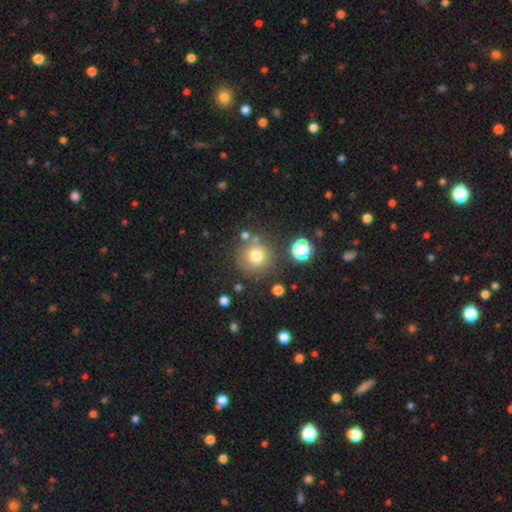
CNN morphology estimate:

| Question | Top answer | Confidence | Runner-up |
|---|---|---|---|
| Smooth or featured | smooth | 74% | star or artifact (16%) |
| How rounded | round | 94% | in between (5%) |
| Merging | none | 78% | minor disturbance (10%) |